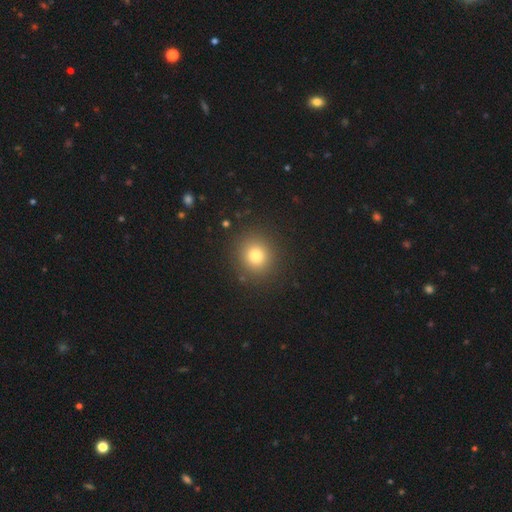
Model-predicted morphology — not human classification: A smooth galaxy with no disk features (78%) that is round (88%).

Vote fractions:
- Smooth or featured? smooth: 78% / star or artifact: 14% / featured or disk: 8%
- How rounded? round: 88% / in between: 11% / cigar-shaped: 1%
- Merging? none: 90% / minor disturbance: 6% / major disturbance: 3% / merger: 1%